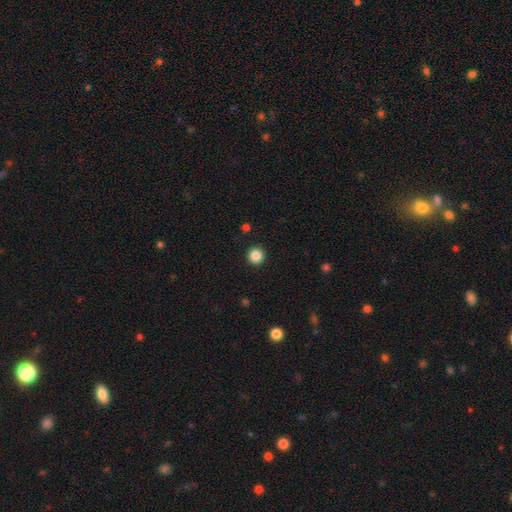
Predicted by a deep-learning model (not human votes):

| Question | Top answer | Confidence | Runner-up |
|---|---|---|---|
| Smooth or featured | smooth | 86% | star or artifact (11%) |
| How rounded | round | 95% | in between (4%) |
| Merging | none | 93% | minor disturbance (4%) |